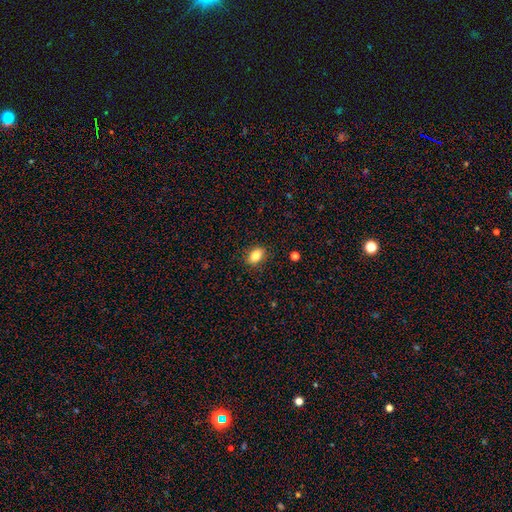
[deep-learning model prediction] This appears to be a smooth galaxy with no disk features (82%) that is in between round and cigar-shaped (83%). Merging: none (87%).